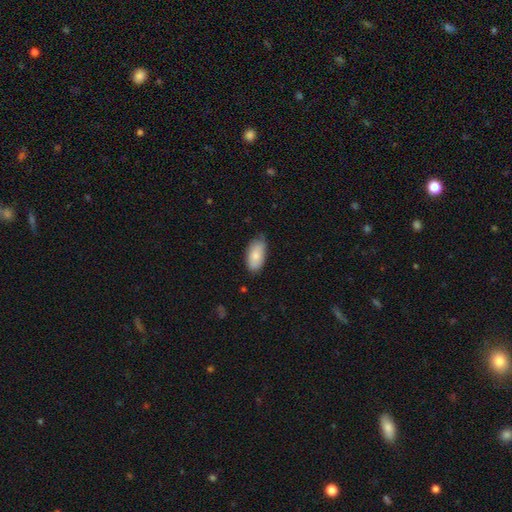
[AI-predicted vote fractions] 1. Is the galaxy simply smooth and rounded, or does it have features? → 81% smooth, 13% featured or disk, 6% star or artifact.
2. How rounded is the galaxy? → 93% in between, 4% cigar-shaped, 3% round.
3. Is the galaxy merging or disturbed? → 70% none, 26% minor disturbance, 4% major disturbance, 1% merger.